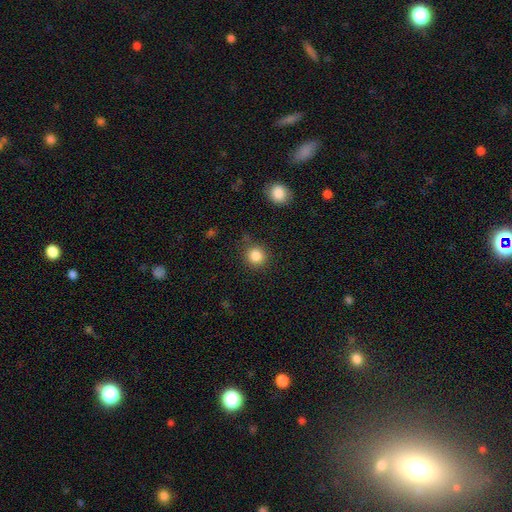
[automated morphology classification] Smooth or featured?
  - smooth: 86% *
  - star or artifact: 10%
  - featured or disk: 4%
How rounded?
  - round: 92% *
  - in between: 7%
  - cigar-shaped: 1%
Merging?
  - none: 84% *
  - minor disturbance: 10%
  - major disturbance: 4%
  - merger: 3%